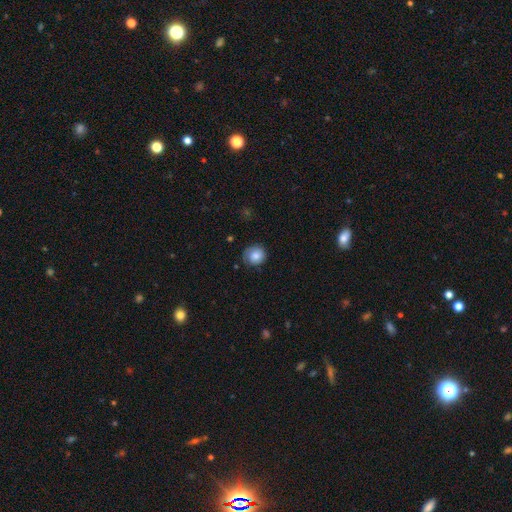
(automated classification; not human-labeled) smooth-or-featured: smooth: 73% | featured or disk: 19% | star or artifact: 8%
  how-rounded: round: 86% | in between: 13% | cigar-shaped: 1%
  merging: none: 73% | minor disturbance: 20% | major disturbance: 7% | merger: 1%